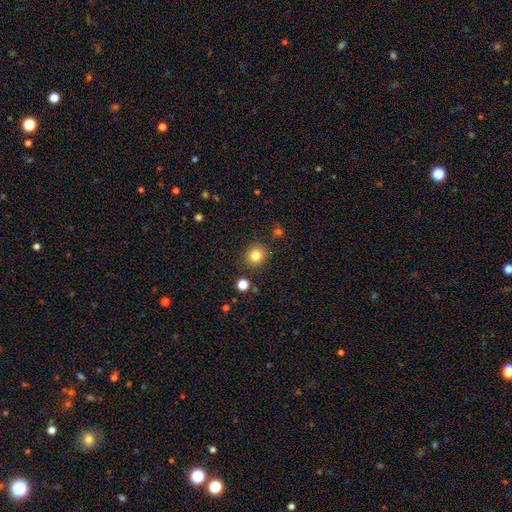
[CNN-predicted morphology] smooth 82%, star or artifact 12%, featured or disk 6%. Down the decision tree: how rounded — round (88%); merging — none (88%).